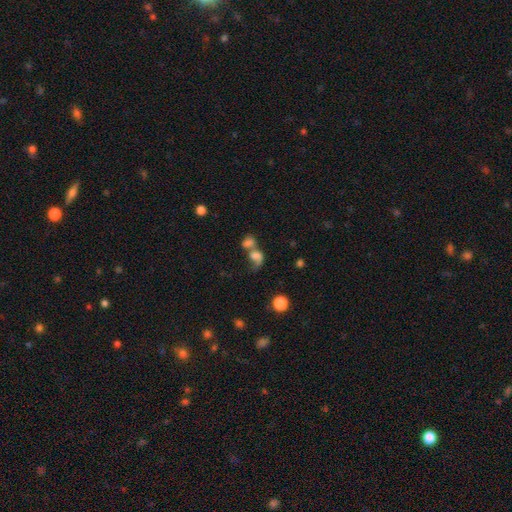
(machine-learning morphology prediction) This is possibly a smooth galaxy (58%). How rounded: possibly in between (56%). Merging: likely merger (65%).